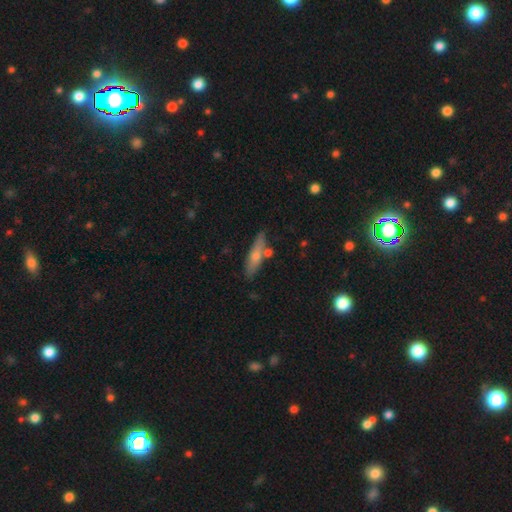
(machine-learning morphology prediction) Smooth or featured? Predicted: smooth (p=0.55). How rounded? Predicted: cigar-shaped (p=0.75). Merging? Predicted: none (p=0.76).